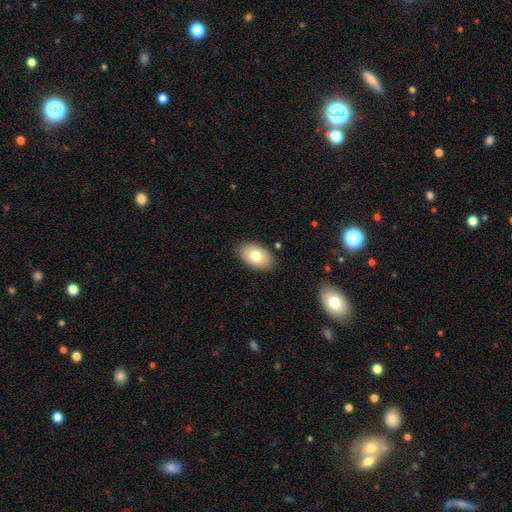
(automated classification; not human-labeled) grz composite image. It shows a smooth galaxy with no disk features (77%) that is in between round and cigar-shaped (92%). Merging: none (86%).